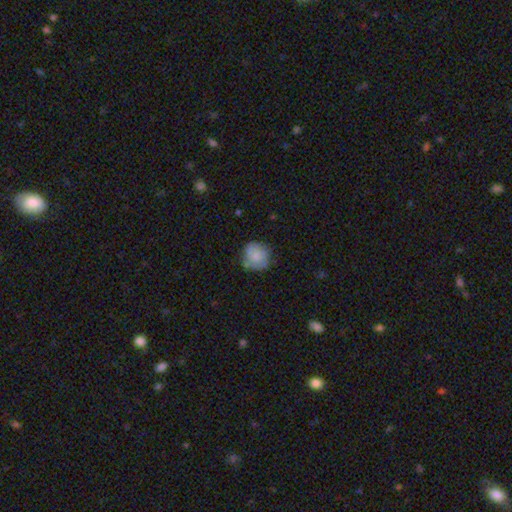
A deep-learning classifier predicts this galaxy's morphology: type=smooth (71%); roundness=round (86%); merging=none (70%).